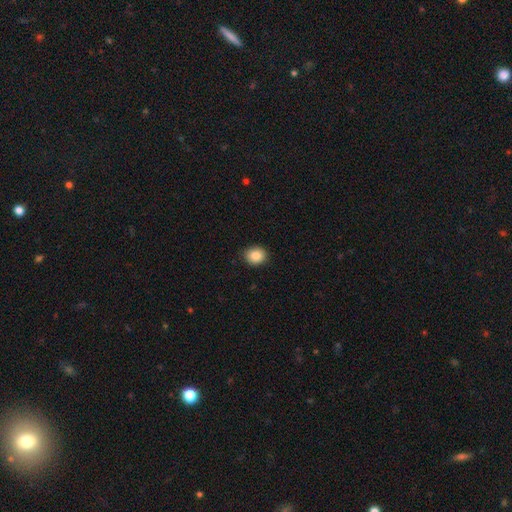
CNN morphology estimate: Smooth or featured: smooth — 86% (star or artifact — 9%)
How rounded: round — 68% (in between — 32%)
Merging: none — 89% (minor disturbance — 8%)